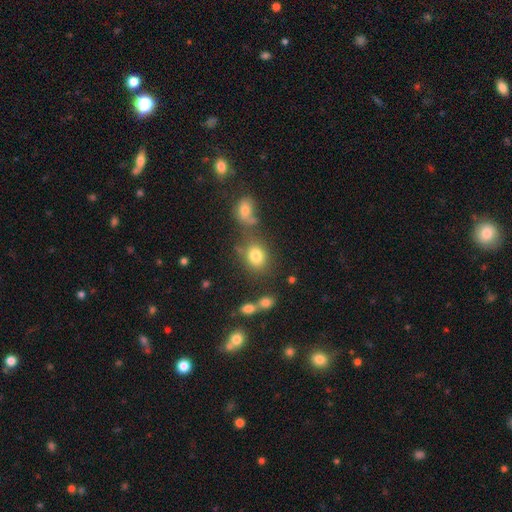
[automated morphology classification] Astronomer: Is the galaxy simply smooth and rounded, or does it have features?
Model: smooth — 80%.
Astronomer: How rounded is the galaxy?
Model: round — 57% (runner-up: in between, 42%).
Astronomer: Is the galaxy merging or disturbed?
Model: none — 64%.